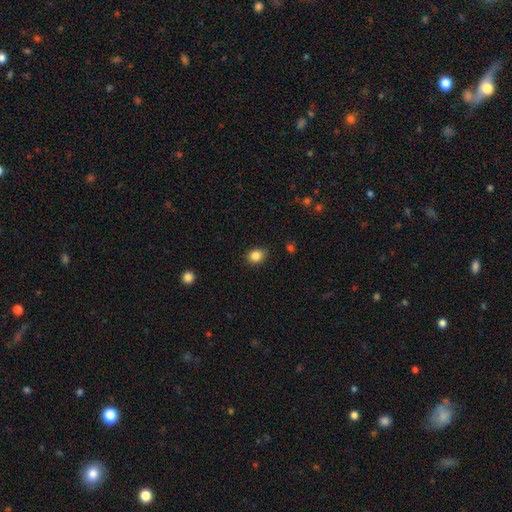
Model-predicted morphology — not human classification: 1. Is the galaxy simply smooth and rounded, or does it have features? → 85% smooth, 10% star or artifact, 5% featured or disk.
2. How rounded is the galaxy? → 59% round, 40% in between, 1% cigar-shaped.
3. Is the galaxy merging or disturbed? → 82% none, 14% minor disturbance, 2% major disturbance, 1% merger.